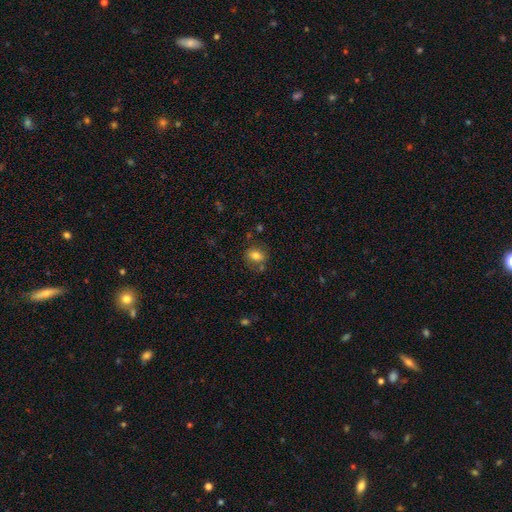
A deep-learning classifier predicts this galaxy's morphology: Overall: smooth (79%). How rounded: in between (60%; round 39%). Merging: none (74%).